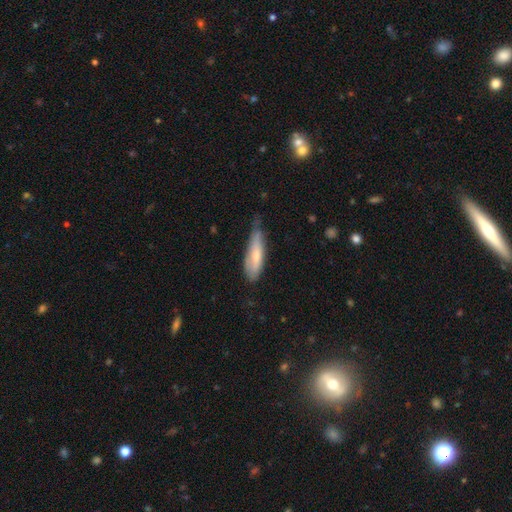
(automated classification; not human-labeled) Morphology: type=smooth (67%); roundness=cigar-shaped (58%); merging=minor disturbance (44%).